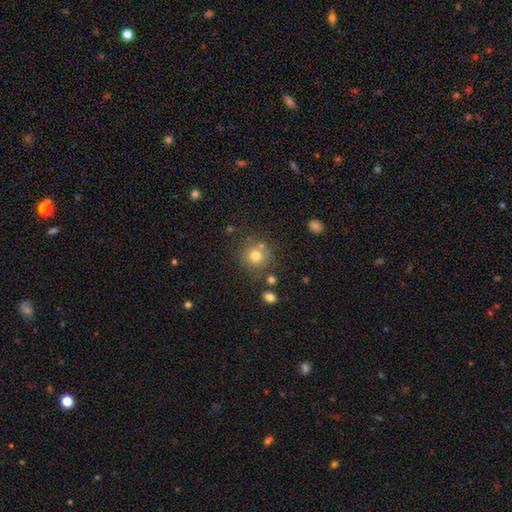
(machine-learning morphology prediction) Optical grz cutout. It shows a smooth galaxy with no disk features (74%) that is round (91%). Merging: none (73%).